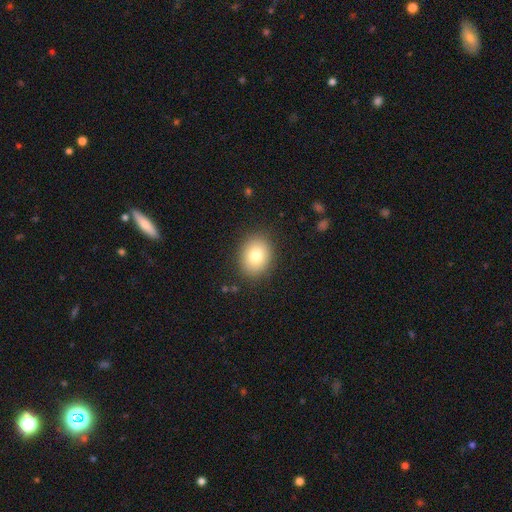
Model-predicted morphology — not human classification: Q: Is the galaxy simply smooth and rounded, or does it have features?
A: smooth — 81%.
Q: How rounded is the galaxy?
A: in between — 55%.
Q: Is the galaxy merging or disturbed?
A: none — 87%.